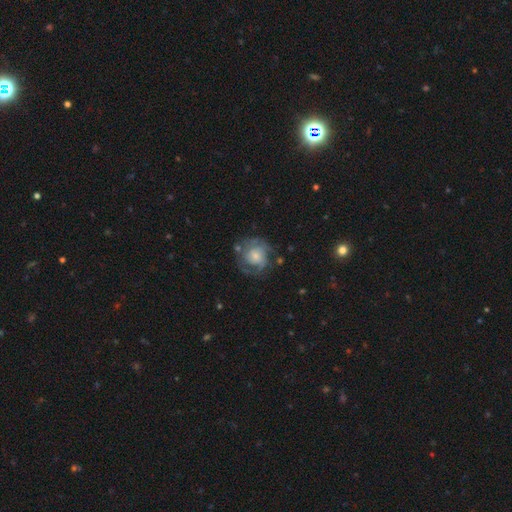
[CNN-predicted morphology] featured or disk 61%, smooth 31%, star or artifact 8%. Down the decision tree: edge-on disk — no (98%); bar — no (73%); spiral arms — yes (78%); bulge size — small (39%); merging — none (60%).